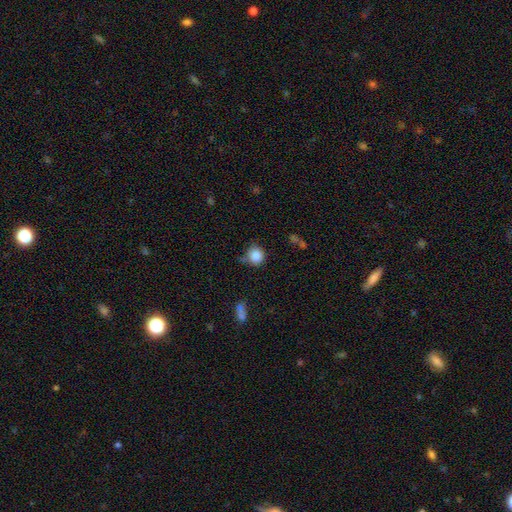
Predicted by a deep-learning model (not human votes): Smooth or featured?
  - smooth: 86% *
  - star or artifact: 9%
  - featured or disk: 5%
How rounded?
  - round: 84% *
  - in between: 15%
  - cigar-shaped: 1%
Merging?
  - none: 70% *
  - minor disturbance: 18%
  - merger: 7%
  - major disturbance: 5%